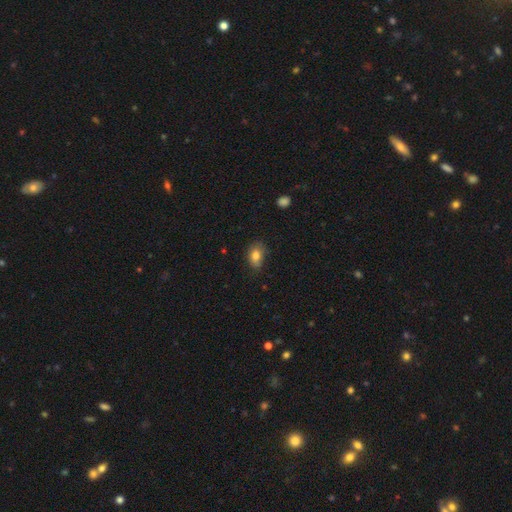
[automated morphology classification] A smooth galaxy with no disk features (81%) that is in between round and cigar-shaped (79%).

Vote fractions:
- Smooth or featured? smooth: 81% / featured or disk: 10% / star or artifact: 9%
- How rounded? in between: 79% / round: 19% / cigar-shaped: 1%
- Merging? none: 66% / minor disturbance: 26% / major disturbance: 6% / merger: 2%